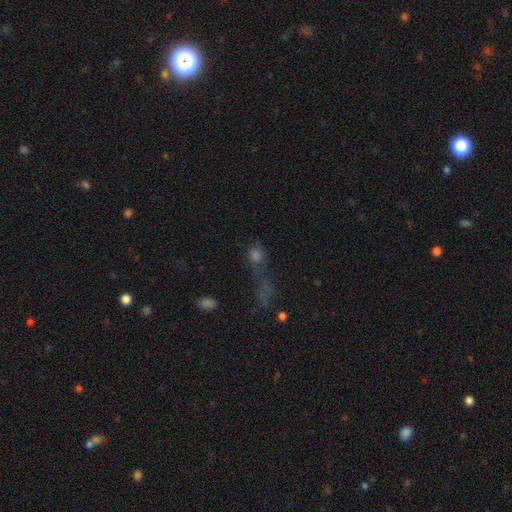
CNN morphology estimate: Smooth or featured?
  - smooth: 52% *
  - star or artifact: 33%
  - featured or disk: 15%
How rounded?
  - round: 45% *
  - in between: 40%
  - cigar-shaped: 15%
Merging?
  - merger: 35% *
  - none: 31%
  - major disturbance: 22%
  - minor disturbance: 12%